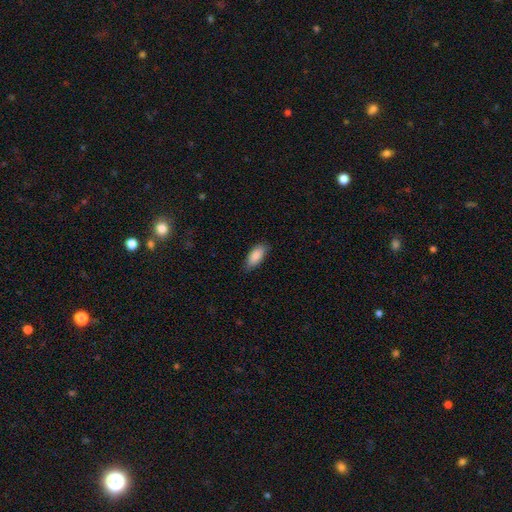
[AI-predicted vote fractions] Smooth or featured: smooth — 87% (featured or disk — 6%)
How rounded: in between — 87% (cigar-shaped — 11%)
Merging: none — 79% (minor disturbance — 17%)